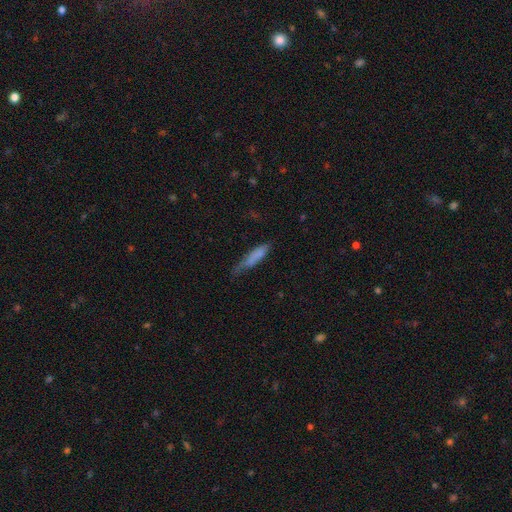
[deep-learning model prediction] A smooth galaxy with no disk features (75%) that is cigar-shaped (80%).

Vote fractions:
- Smooth or featured? smooth: 75% / featured or disk: 18% / star or artifact: 7%
- How rounded? cigar-shaped: 80% / in between: 18% / round: 2%
- Merging? none: 47% / minor disturbance: 36% / major disturbance: 14% / merger: 3%